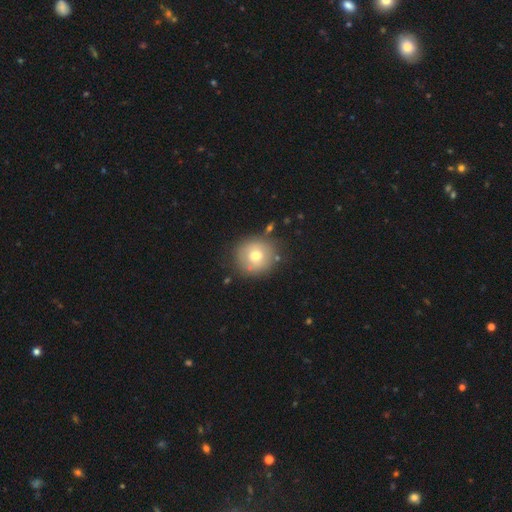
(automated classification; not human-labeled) This appears to be a smooth galaxy with no disk features (70%) that is round (92%). Merging: none (81%).